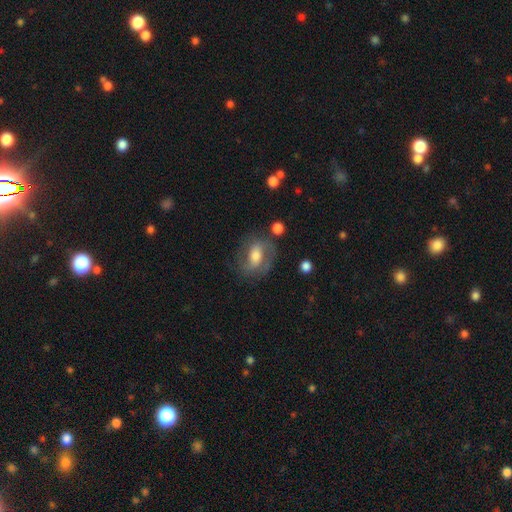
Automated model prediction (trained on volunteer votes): This appears to be a featured or disk galaxy (64%) with a weak bar (43%), 2 (82%) medium (50%) spiral arms (84%) and a moderate central bulge (59%). Merging: none (70%).